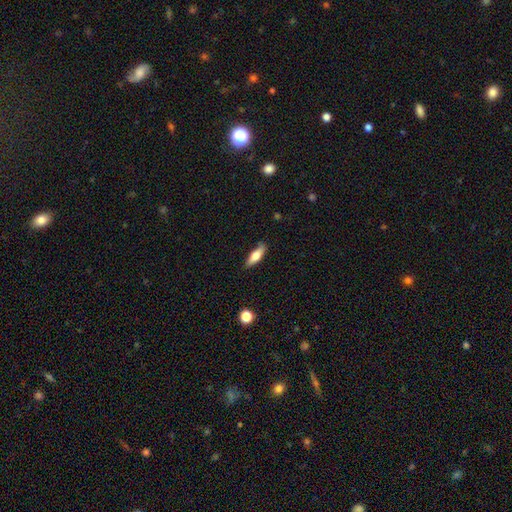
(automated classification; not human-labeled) Smooth or featured?
  - smooth: 70% *
  - featured or disk: 24%
  - star or artifact: 6%
How rounded?
  - in between: 57% *
  - cigar-shaped: 41%
  - round: 2%
Merging?
  - none: 77% *
  - minor disturbance: 18%
  - major disturbance: 3%
  - merger: 2%